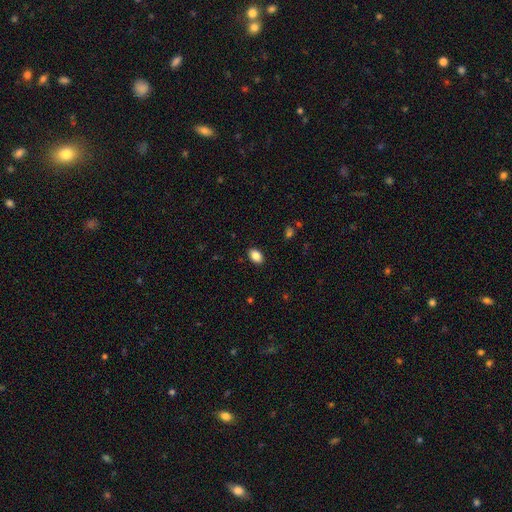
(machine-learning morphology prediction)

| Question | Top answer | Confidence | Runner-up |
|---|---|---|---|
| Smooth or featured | smooth | 87% | star or artifact (8%) |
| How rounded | in between | 88% | round (11%) |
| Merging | none | 89% | minor disturbance (8%) |